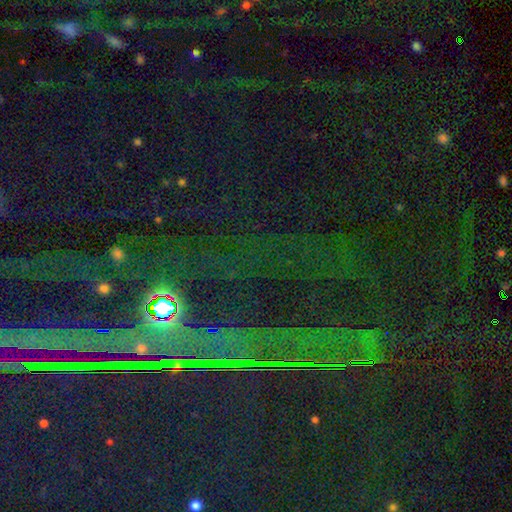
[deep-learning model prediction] This is clearly a star or artifact rather than a galaxy (85%).